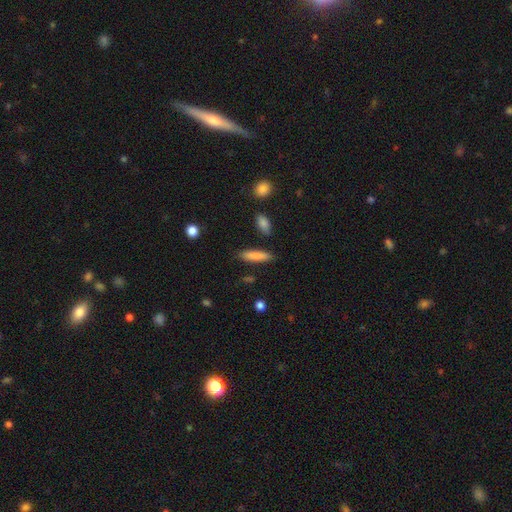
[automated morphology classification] This is clearly a smooth galaxy (84%). How rounded: likely cigar-shaped (75%). Merging: clearly none (87%).